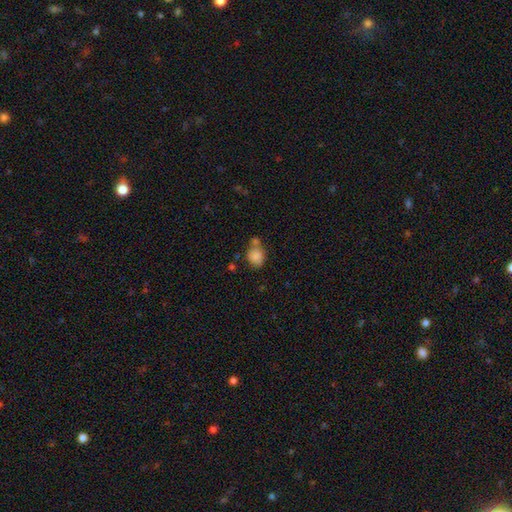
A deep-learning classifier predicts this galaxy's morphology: A smooth galaxy with no disk features (84%) that is round (63%).

Vote fractions:
- Smooth or featured? smooth: 84% / star or artifact: 9% / featured or disk: 7%
- How rounded? round: 63% / in between: 36% / cigar-shaped: 1%
- Merging? none: 50% / merger: 27% / minor disturbance: 17% / major disturbance: 6%